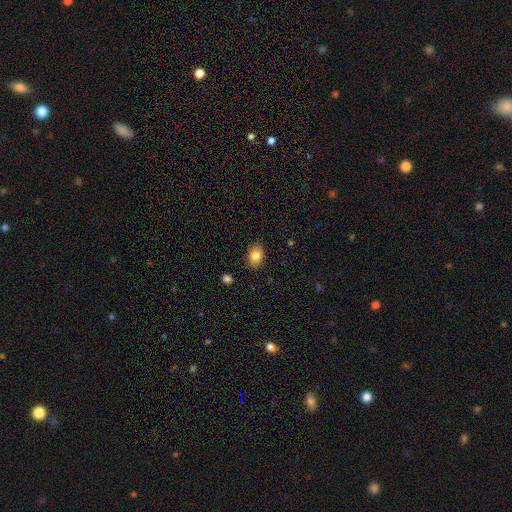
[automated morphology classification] Smooth or featured?
  - smooth: 82% *
  - featured or disk: 9%
  - star or artifact: 9%
How rounded?
  - in between: 73% *
  - round: 26%
  - cigar-shaped: 1%
Merging?
  - none: 85% *
  - minor disturbance: 12%
  - major disturbance: 2%
  - merger: 1%